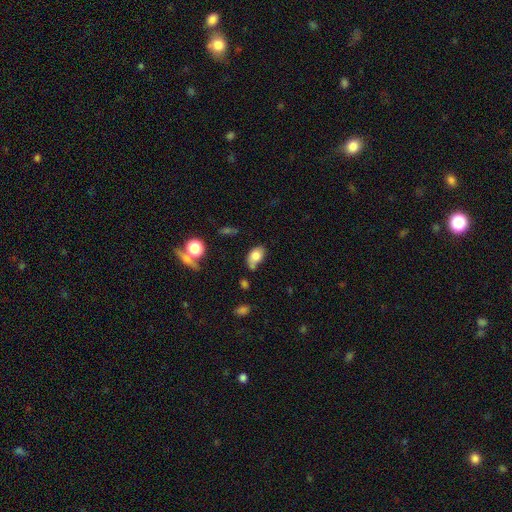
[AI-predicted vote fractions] This is likely a smooth galaxy (78%). How rounded: clearly in between (87%). Merging: possibly none (49%).